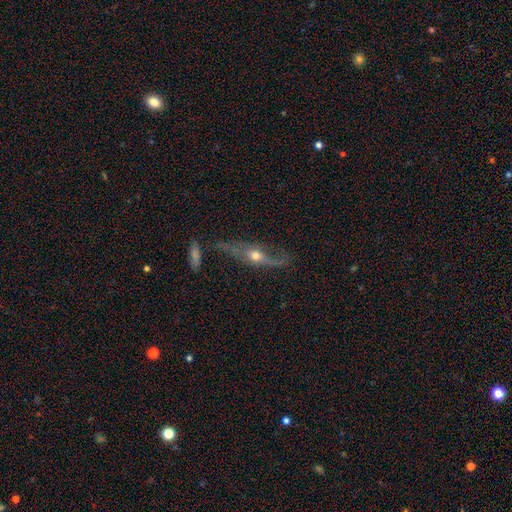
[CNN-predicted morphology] This is likely a featured or disk galaxy (74%). It is possibly not viewed edge-on (53%). Merging: possibly none (51%).